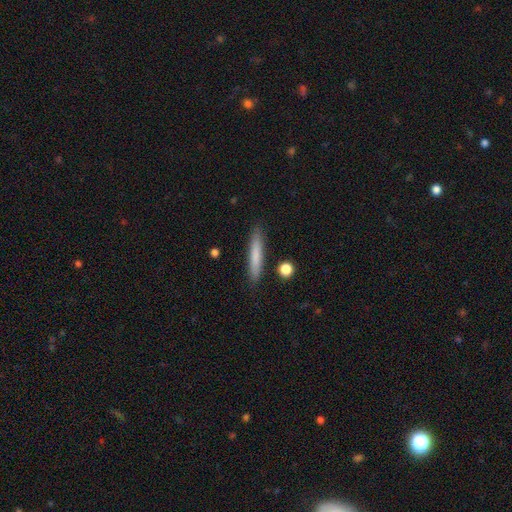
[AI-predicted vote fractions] Smooth or featured? smooth (76%)
How rounded? cigar-shaped (92%)
Merging? none (87%)